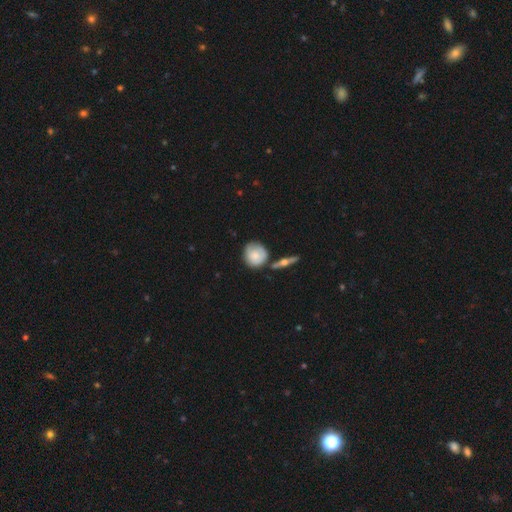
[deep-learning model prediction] A smooth galaxy with no disk features (65%) that is round (83%).

Vote fractions:
- Smooth or featured? smooth: 65% / featured or disk: 29% / star or artifact: 6%
- How rounded? round: 83% / in between: 15% / cigar-shaped: 2%
- Merging? none: 62% / minor disturbance: 24% / merger: 9% / major disturbance: 5%